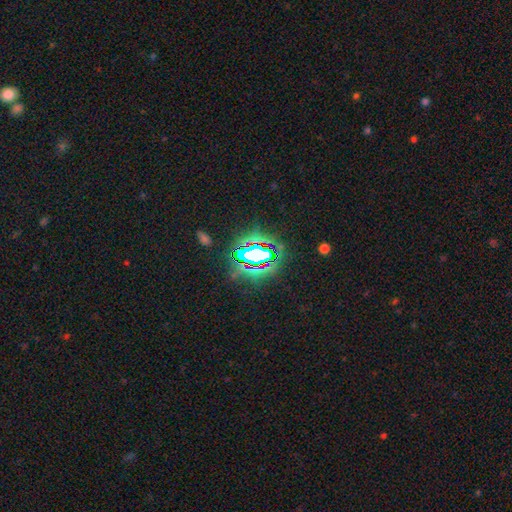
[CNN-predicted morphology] A star or artifact, not a galaxy (69%).

Vote fractions:
- Smooth or featured? star or artifact: 69% / smooth: 18% / featured or disk: 13%